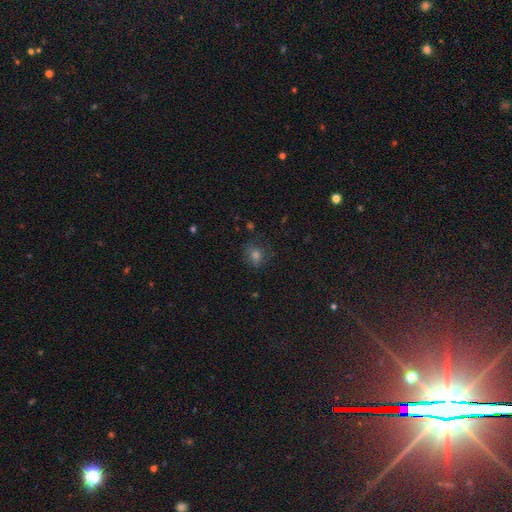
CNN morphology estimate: smooth-or-featured: smooth: 64% | star or artifact: 24% | featured or disk: 12%
  how-rounded: round: 75% | in between: 24% | cigar-shaped: 1%
  merging: none: 75% | minor disturbance: 17% | major disturbance: 7% | merger: 2%